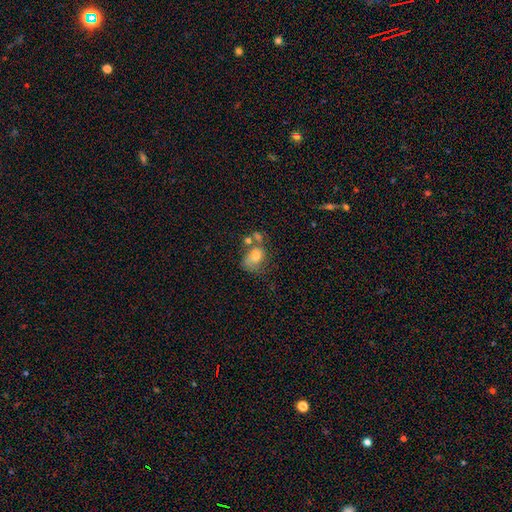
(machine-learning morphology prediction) A smooth galaxy with no disk features (63%) that is in between round and cigar-shaped (62%).

Vote fractions:
- Smooth or featured? smooth: 63% / featured or disk: 26% / star or artifact: 11%
- How rounded? in between: 62% / round: 37% / cigar-shaped: 1%
- Merging? merger: 31% / none: 29% / minor disturbance: 21% / major disturbance: 20%